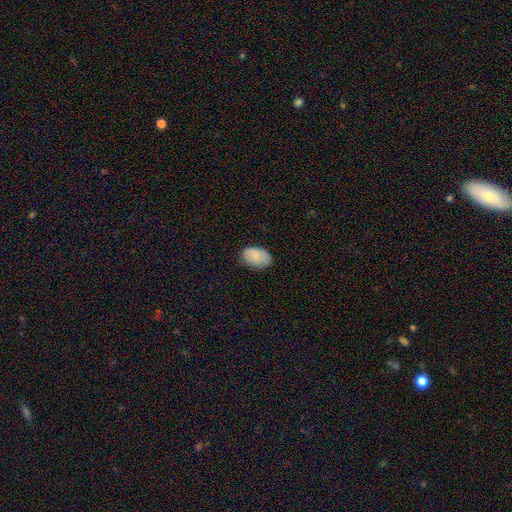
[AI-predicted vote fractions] smooth 85%, featured or disk 8%, star or artifact 7%. Down the decision tree: how rounded — in between (91%); merging — none (79%).